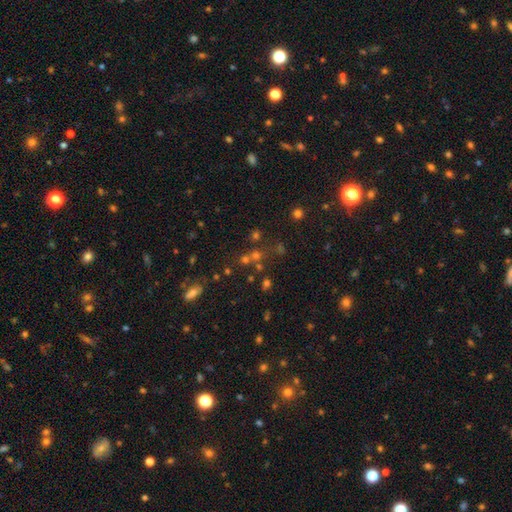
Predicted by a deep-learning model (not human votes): Smooth or featured?
  - star or artifact: 50% *
  - smooth: 38%
  - featured or disk: 12%